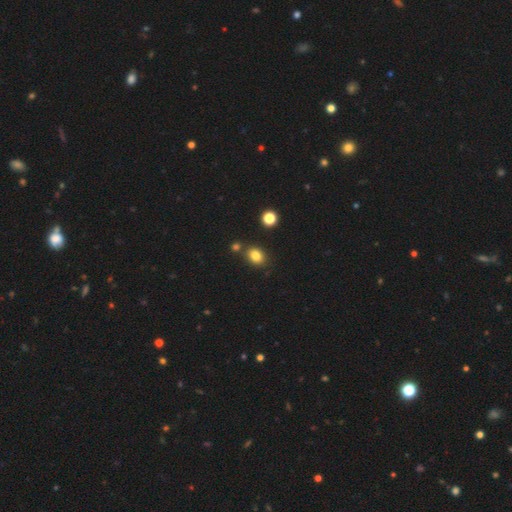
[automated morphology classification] Q: Smooth or featured?
A: smooth (82%); runner-up: star or artifact (12%)
Q: How rounded?
A: in between (57%); runner-up: round (42%)
Q: Merging?
A: none (74%); runner-up: merger (12%)